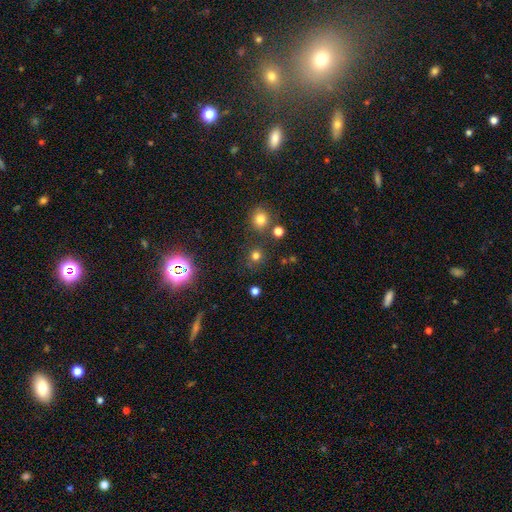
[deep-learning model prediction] smooth-or-featured: smooth: 69% | star or artifact: 25% | featured or disk: 6%
  how-rounded: round: 90% | in between: 9% | cigar-shaped: 1%
  merging: none: 81% | minor disturbance: 8% | merger: 7% | major disturbance: 4%